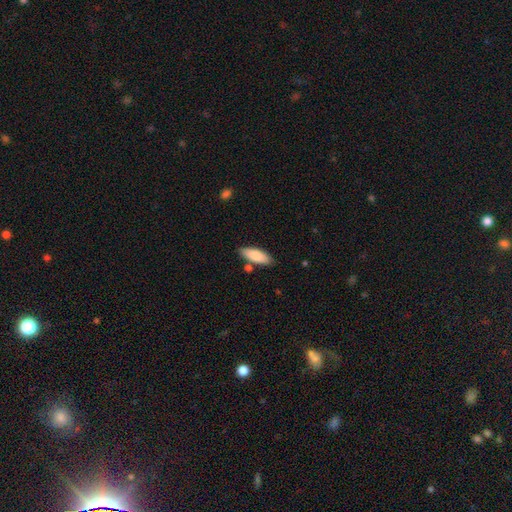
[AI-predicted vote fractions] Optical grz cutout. It shows a smooth galaxy with no disk features (80%) that is in between round and cigar-shaped (69%). Merging: none (81%).